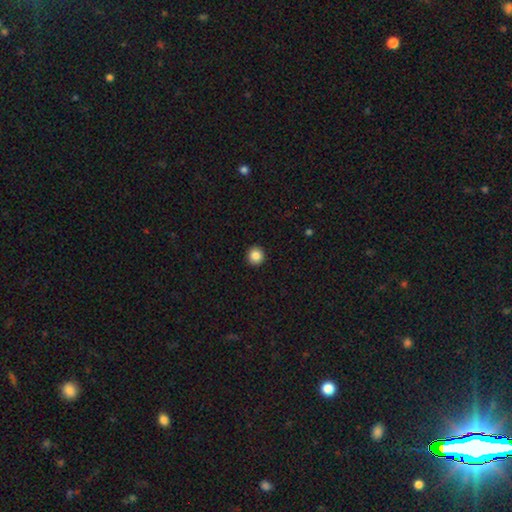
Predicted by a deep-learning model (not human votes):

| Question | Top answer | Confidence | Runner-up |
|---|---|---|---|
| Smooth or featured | smooth | 86% | star or artifact (10%) |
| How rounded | round | 94% | in between (5%) |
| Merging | none | 93% | minor disturbance (4%) |